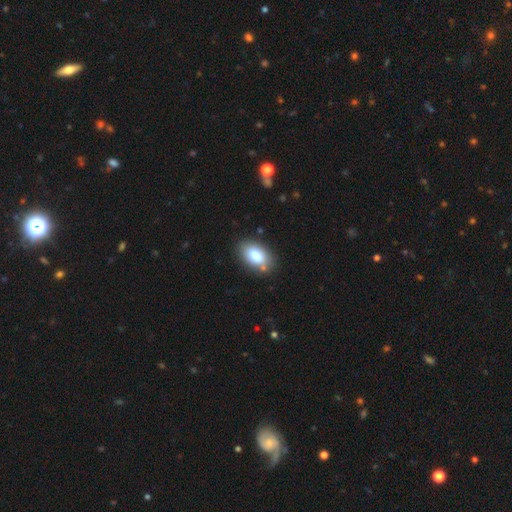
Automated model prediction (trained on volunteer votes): This is likely a smooth galaxy (80%). How rounded: clearly in between (92%). Merging: likely none (79%).